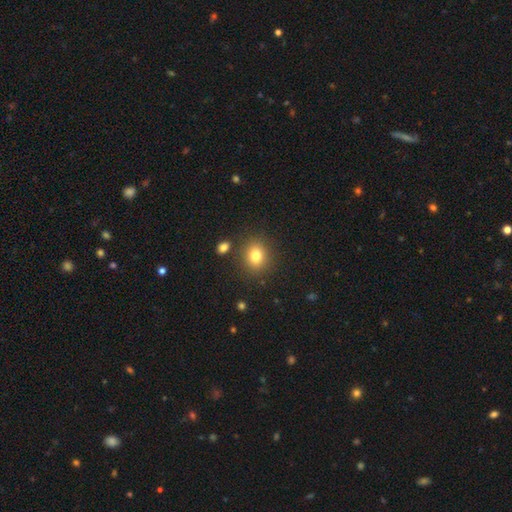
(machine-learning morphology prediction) smooth-or-featured: smooth: 80% | star or artifact: 12% | featured or disk: 8%
  how-rounded: round: 66% | in between: 33% | cigar-shaped: 1%
  merging: none: 84% | minor disturbance: 9% | merger: 4% | major disturbance: 3%